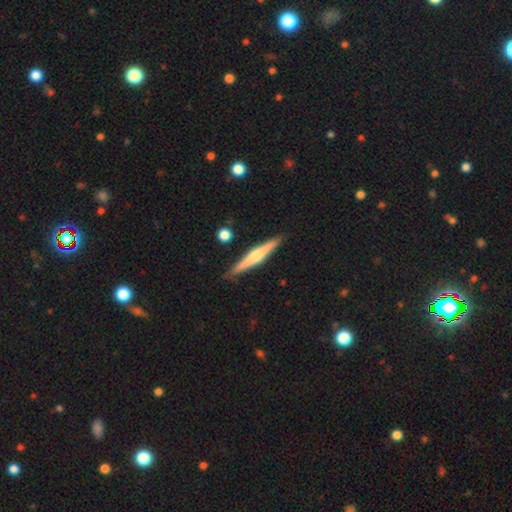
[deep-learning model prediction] smooth-or-featured: featured or disk: 61% | smooth: 34% | star or artifact: 5%
  disk-edge-on: yes: 98% | no: 2%
    edge-on-bulge: rounded: 70% | none: 16% | boxy: 13%
  merging: none: 89% | minor disturbance: 8% | merger: 2% | major disturbance: 2%